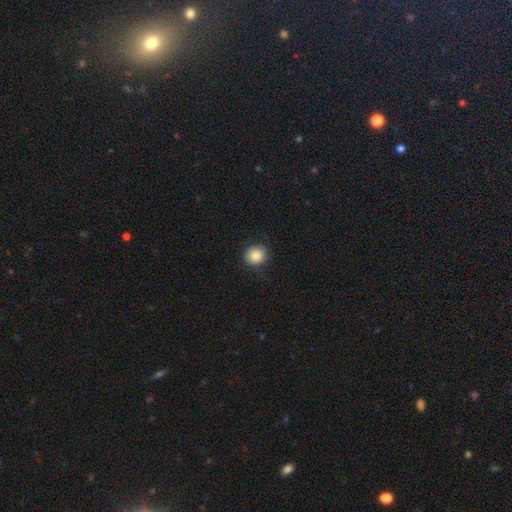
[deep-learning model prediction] Smooth or featured: smooth — 86% (star or artifact — 9%)
How rounded: round — 83% (in between — 16%)
Merging: none — 85% (minor disturbance — 12%)